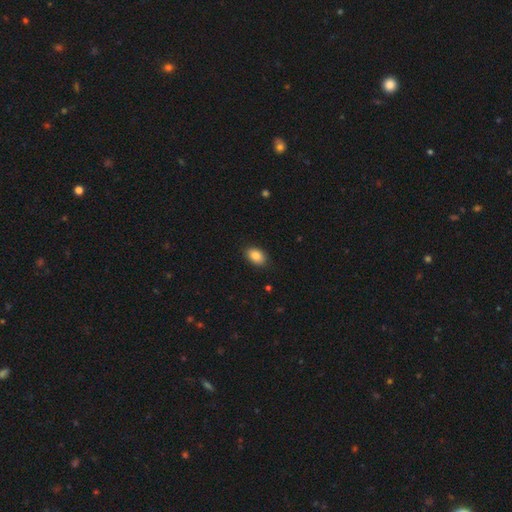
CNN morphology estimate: Smooth or featured? smooth (86%)
How rounded? in between (86%)
Merging? none (88%)